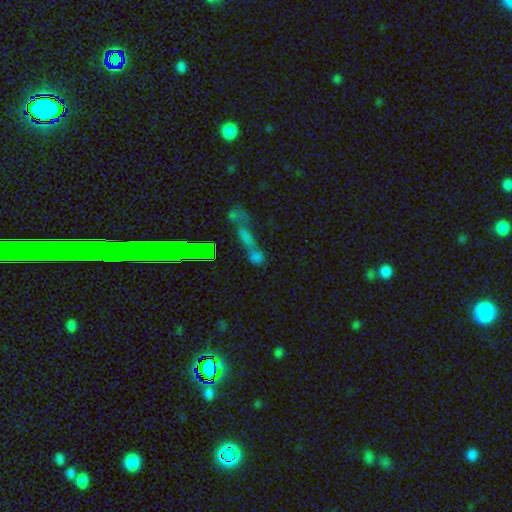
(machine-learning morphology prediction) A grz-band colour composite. It shows a smooth galaxy with no disk features (45%). Merging: merger (42%).